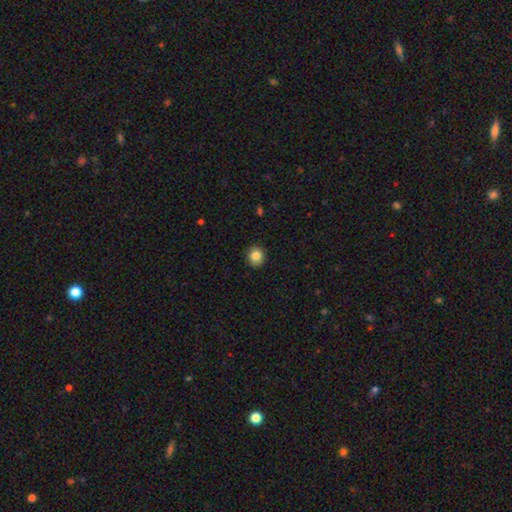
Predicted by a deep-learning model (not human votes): Overall: smooth (83%). How rounded: round (82%). Merging: none (90%).